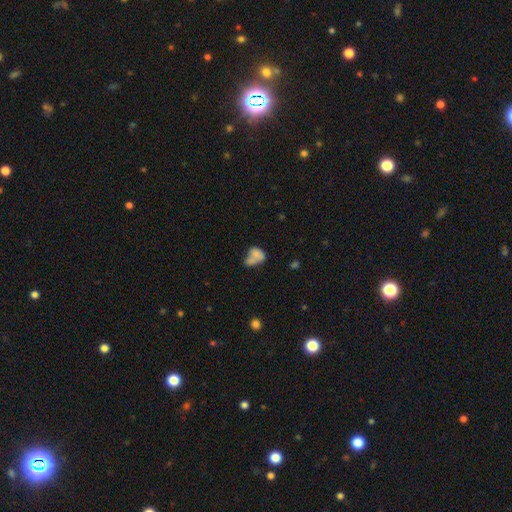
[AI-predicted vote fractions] A smooth galaxy with no disk features (70%) that is in between round and cigar-shaped (75%). Merging: merger (49%).